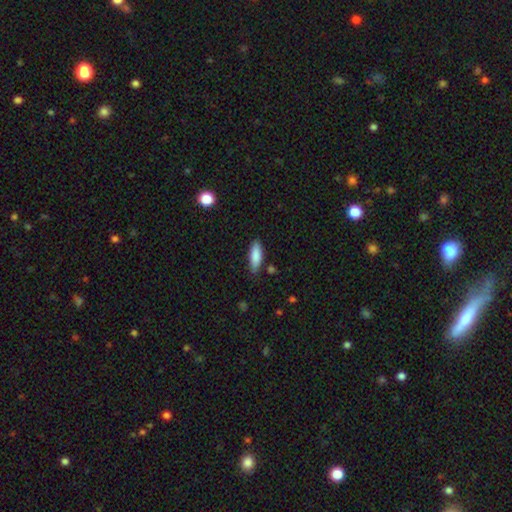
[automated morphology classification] smooth_or_featured: smooth (p=0.85) [alt: featured or disk p=0.09]
how_rounded: in between (p=0.59) [alt: cigar-shaped p=0.39]
merging: none (p=0.80) [alt: minor disturbance p=0.15]